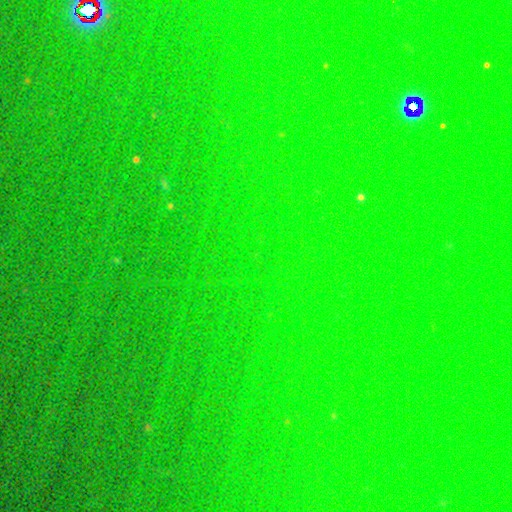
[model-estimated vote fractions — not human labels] Smooth or featured? Predicted: star or artifact (p=0.80).